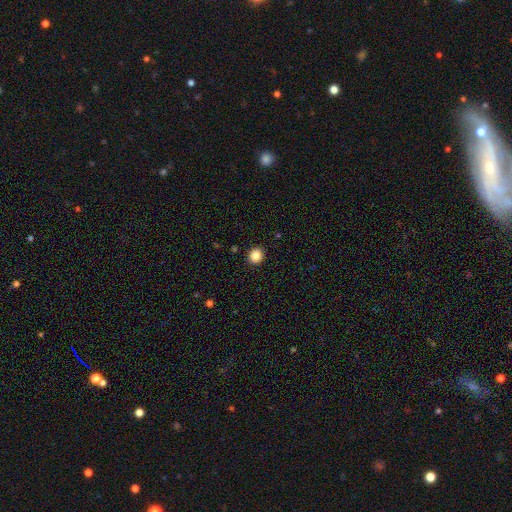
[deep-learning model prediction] smooth 85%, star or artifact 11%, featured or disk 4%. Down the decision tree: how rounded — round (83%); merging — none (92%).